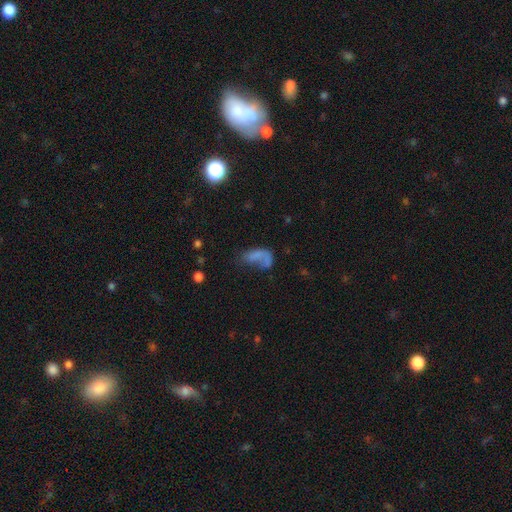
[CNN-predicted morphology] smooth-or-featured: smooth: 51% | featured or disk: 33% | star or artifact: 16%
  how-rounded: in between: 84% | round: 10% | cigar-shaped: 7%
  merging: major disturbance: 38% | none: 29% | minor disturbance: 17% | merger: 15%